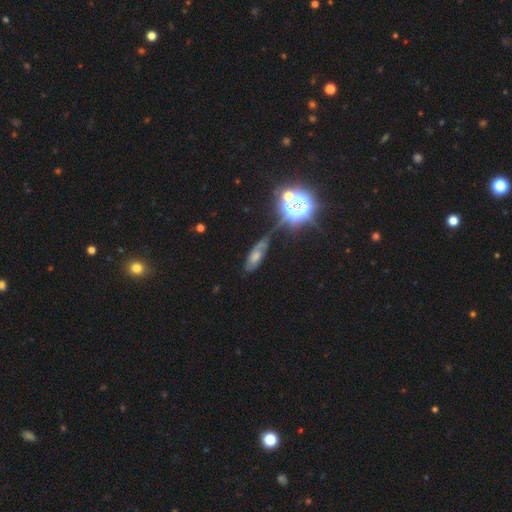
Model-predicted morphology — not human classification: This appears to be a star or artifact, not a galaxy (39%).